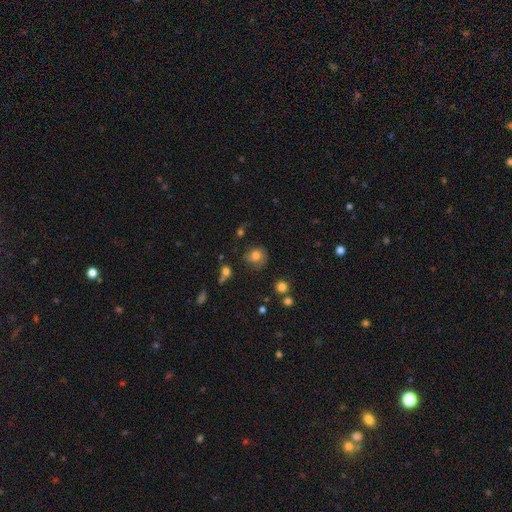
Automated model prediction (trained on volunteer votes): Smooth or featured? smooth (72%)
How rounded? round (74%)
Merging? none (63%)